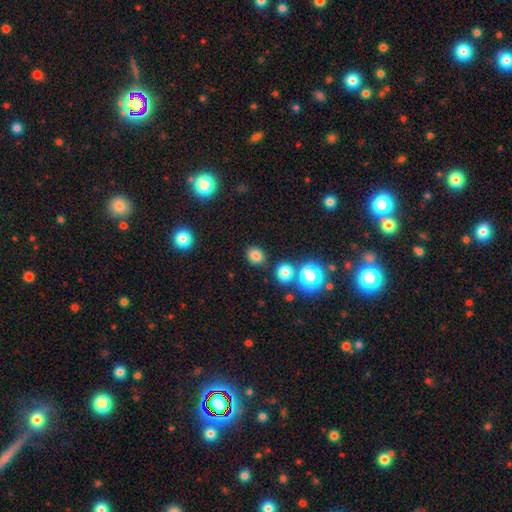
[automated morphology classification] smooth_or_featured: smooth (p=0.80) [alt: star or artifact p=0.15]
how_rounded: round (p=0.65) [alt: in between p=0.34]
merging: none (p=0.83) [alt: minor disturbance p=0.09]